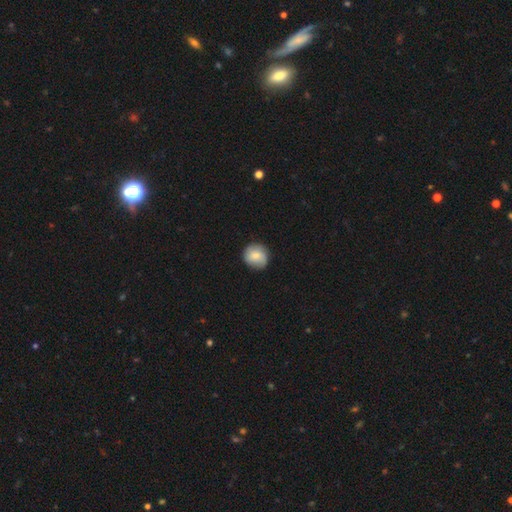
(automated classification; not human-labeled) The model was most divided on "smooth or featured": smooth: 76%, featured or disk: 17%, star or artifact: 7%. More confident: how rounded — round (88%); merging — none (84%).